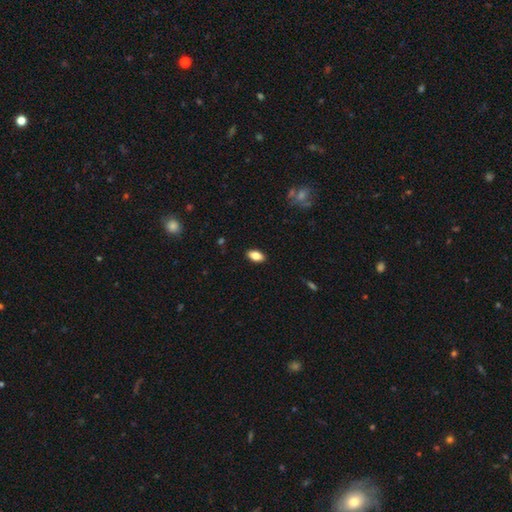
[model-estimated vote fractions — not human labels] smooth 82%, featured or disk 10%, star or artifact 8%. Down the decision tree: how rounded — in between (90%); merging — none (89%).